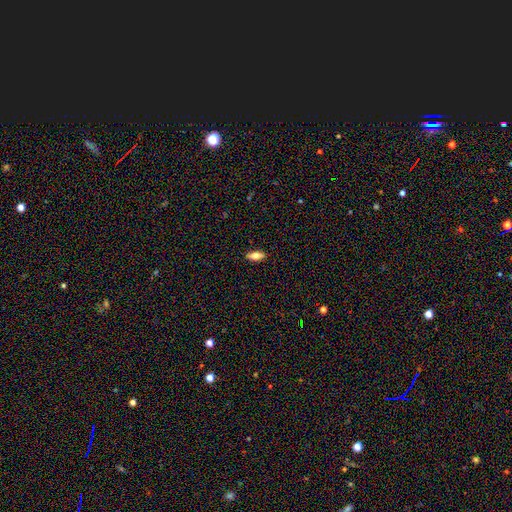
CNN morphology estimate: Smooth or featured?
  - smooth: 64% *
  - featured or disk: 28%
  - star or artifact: 8%
How rounded?
  - in between: 76% *
  - cigar-shaped: 21%
  - round: 3%
Merging?
  - none: 89% *
  - minor disturbance: 8%
  - major disturbance: 2%
  - merger: 1%